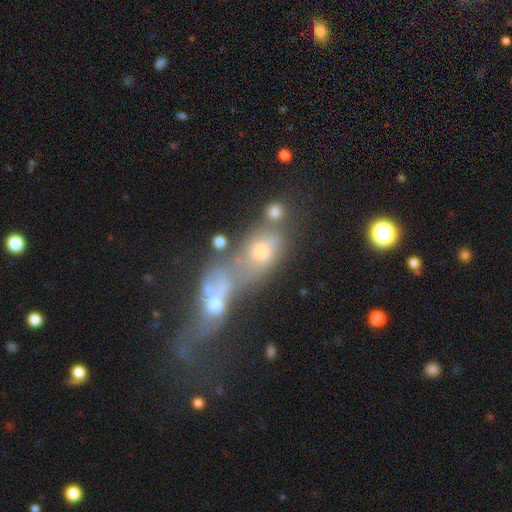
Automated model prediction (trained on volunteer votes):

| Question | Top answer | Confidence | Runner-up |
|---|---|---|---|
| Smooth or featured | featured or disk | 36% | tied: smooth (36%) |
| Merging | merger | 73% | none (13%) |